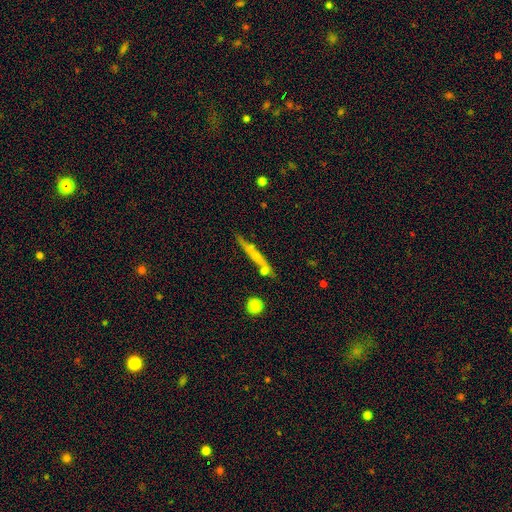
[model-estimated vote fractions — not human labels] smooth_or_featured: smooth (p=0.47) [alt: featured or disk p=0.45]
merging: none (p=0.69) [alt: minor disturbance p=0.16]